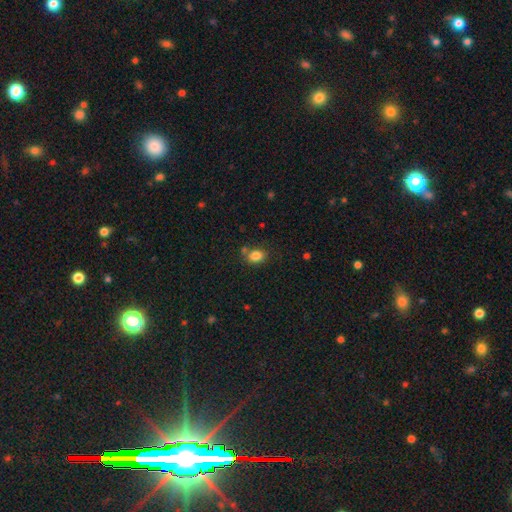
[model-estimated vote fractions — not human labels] smooth 83%, star or artifact 10%, featured or disk 6%. Down the decision tree: how rounded — in between (63%); merging — none (69%).